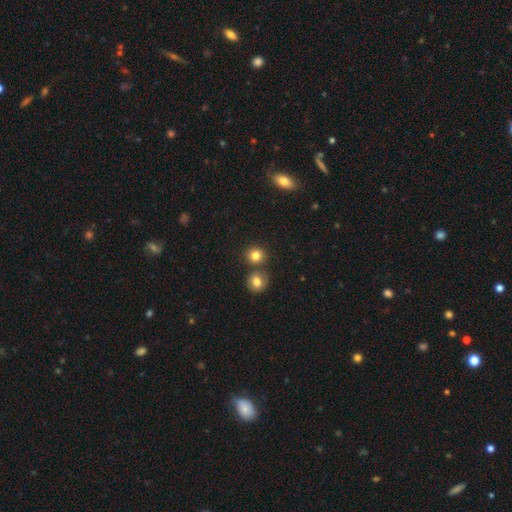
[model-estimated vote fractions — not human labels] Overall: smooth (82%). How rounded: round (88%). Merging: none (71%).